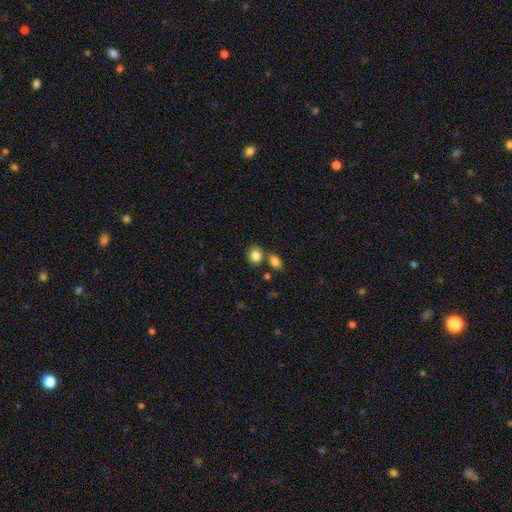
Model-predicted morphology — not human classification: Q: Smooth or featured?
A: smooth (85%); runner-up: star or artifact (9%)
Q: How rounded?
A: round (50%); runner-up: in between (49%)
Q: Merging?
A: none (61%); runner-up: merger (25%)